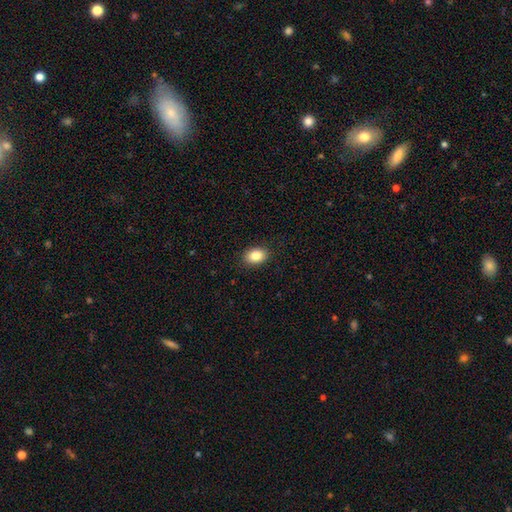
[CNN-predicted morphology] A smooth galaxy with no disk features (86%) that is in between round and cigar-shaped (76%). Merging: none (89%).